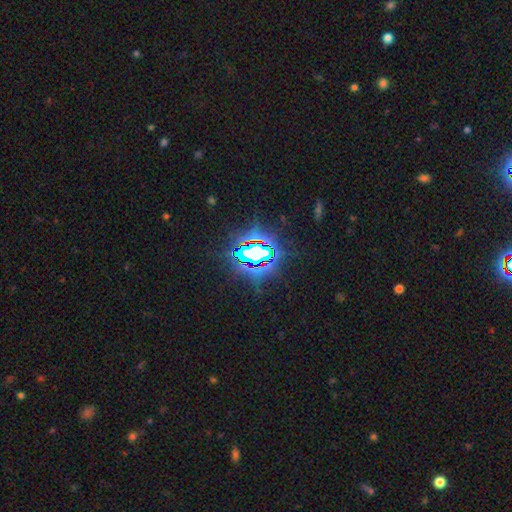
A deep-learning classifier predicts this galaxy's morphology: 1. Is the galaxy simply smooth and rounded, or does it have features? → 77% star or artifact, 12% smooth, 11% featured or disk.